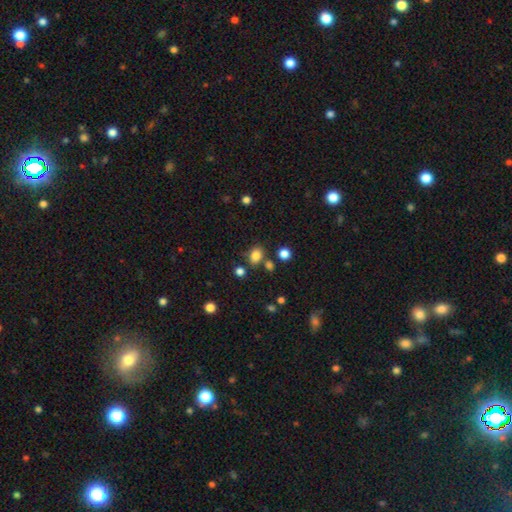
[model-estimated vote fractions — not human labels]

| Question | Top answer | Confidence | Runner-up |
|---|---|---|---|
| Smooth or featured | smooth | 81% | star or artifact (13%) |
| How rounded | in between | 63% | round (35%) |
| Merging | none | 69% | minor disturbance (15%) |